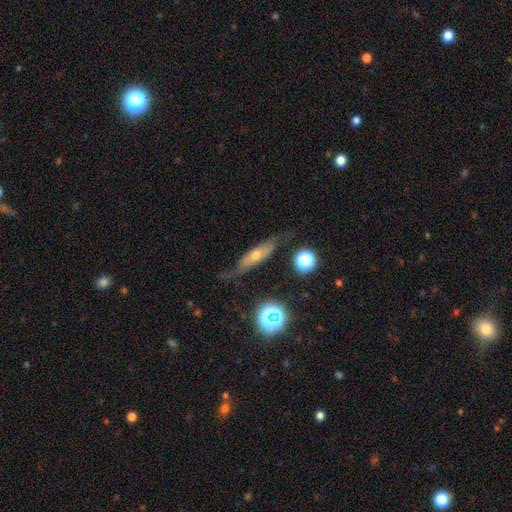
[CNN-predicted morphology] smooth_or_featured: featured or disk (p=0.53) [alt: smooth p=0.33]
disk_edge_on: yes (p=0.65) [alt: no p=0.35]
merging: none (p=0.71) [alt: minor disturbance p=0.20]